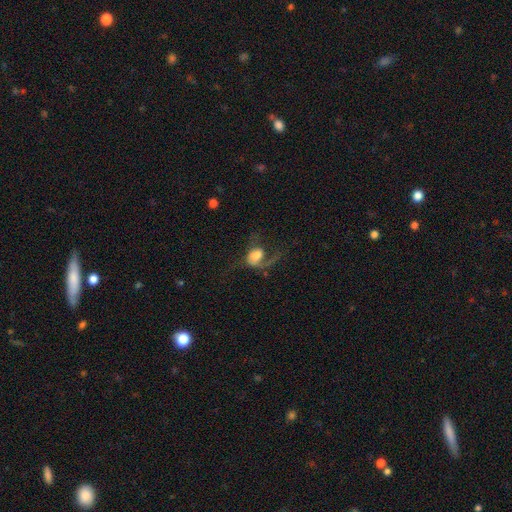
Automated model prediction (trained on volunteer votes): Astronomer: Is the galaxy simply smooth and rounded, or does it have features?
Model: featured or disk — 52% (runner-up: smooth, 39%).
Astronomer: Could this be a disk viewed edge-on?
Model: no — 96%.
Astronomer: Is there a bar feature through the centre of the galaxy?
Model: no — 67%.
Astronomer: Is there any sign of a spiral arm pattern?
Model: yes — 76%.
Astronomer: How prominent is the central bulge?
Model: large — 35% (runner-up: moderate, 21%).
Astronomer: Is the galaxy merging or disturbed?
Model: major disturbance — 55%.